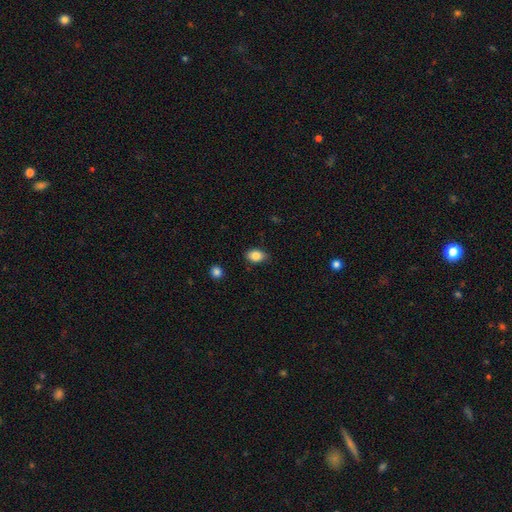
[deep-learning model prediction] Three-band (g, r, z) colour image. It shows a smooth galaxy with no disk features (84%) that is in between round and cigar-shaped (83%). Merging: none (83%).